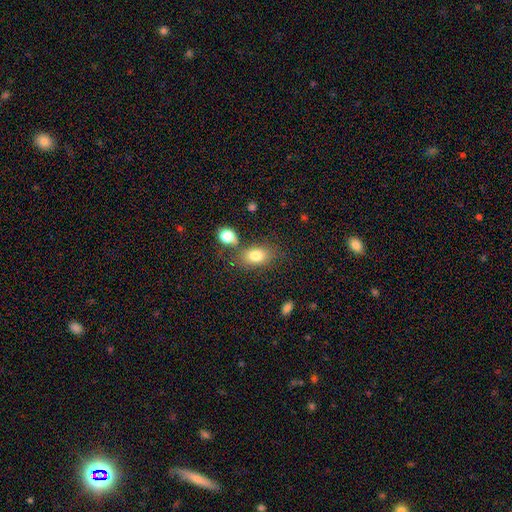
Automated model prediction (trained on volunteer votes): Overall: smooth (79%). How rounded: in between (79%). Merging: none (63%).